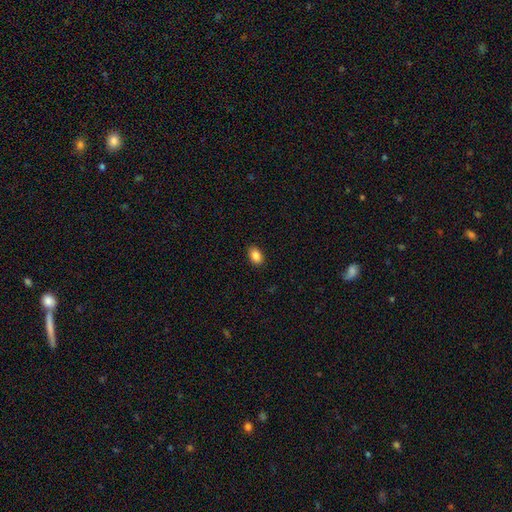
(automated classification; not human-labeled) The model was most divided on "how rounded": in between: 87%, round: 12%, cigar-shaped: 1%. More confident: merging — none (89%); smooth or featured — smooth (88%).